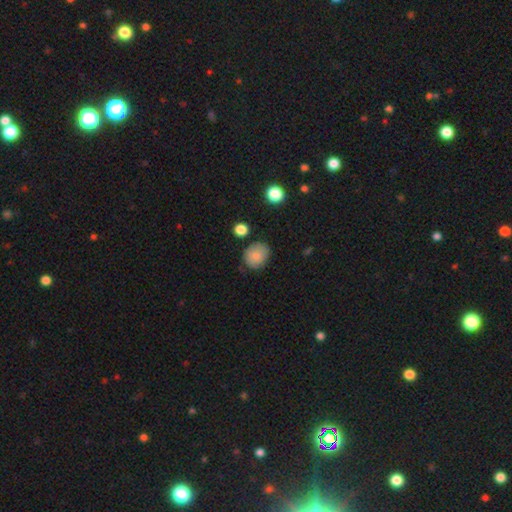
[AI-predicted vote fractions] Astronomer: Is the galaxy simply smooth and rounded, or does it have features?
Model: smooth — 83%.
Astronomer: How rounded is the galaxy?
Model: round — 61% (runner-up: in between, 38%).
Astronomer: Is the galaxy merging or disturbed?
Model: none — 77%.